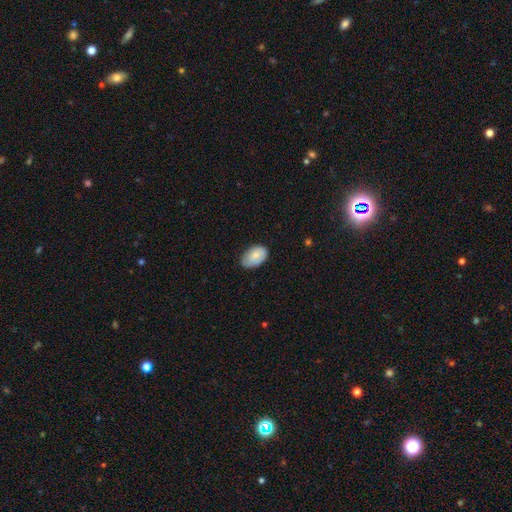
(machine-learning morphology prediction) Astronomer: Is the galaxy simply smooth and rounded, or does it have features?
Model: smooth — 79%.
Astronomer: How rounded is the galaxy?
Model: in between — 91%.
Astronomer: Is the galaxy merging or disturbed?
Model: none — 70%.